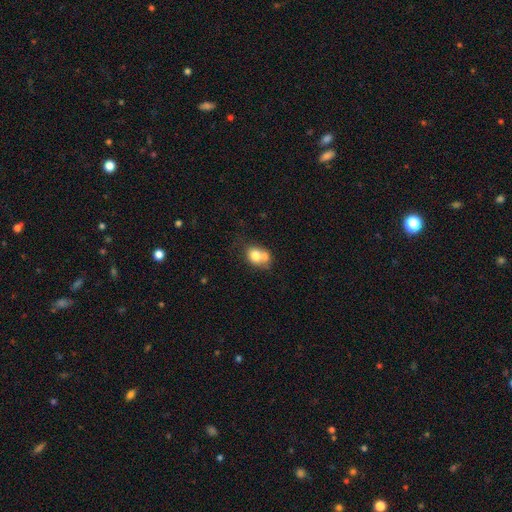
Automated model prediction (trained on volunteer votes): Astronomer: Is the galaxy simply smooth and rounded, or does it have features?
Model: smooth — 72%.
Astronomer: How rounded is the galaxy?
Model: round — 50% (runner-up: in between, 49%).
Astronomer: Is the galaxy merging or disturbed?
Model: merger — 43% (runner-up: none, 33%).